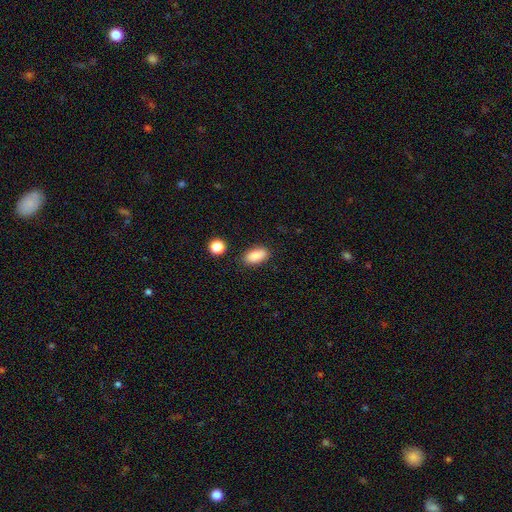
A smooth galaxy with no disk features (92%) that is in between round and cigar-shaped (94%).

Vote fractions:
- Smooth or featured? smooth: 92% / featured or disk: 8% / star or artifact: 0%
- How rounded? in between: 94% / round: 3% / cigar-shaped: 3%
- Merging? none: 95% / minor disturbance: 5% / major disturbance: 0% / merger: 0%